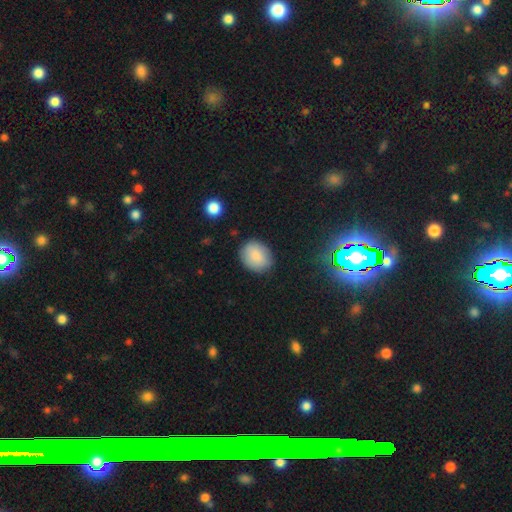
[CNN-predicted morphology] This is clearly a smooth galaxy (85%). How rounded: possibly in between (52%). Merging: clearly none (83%).